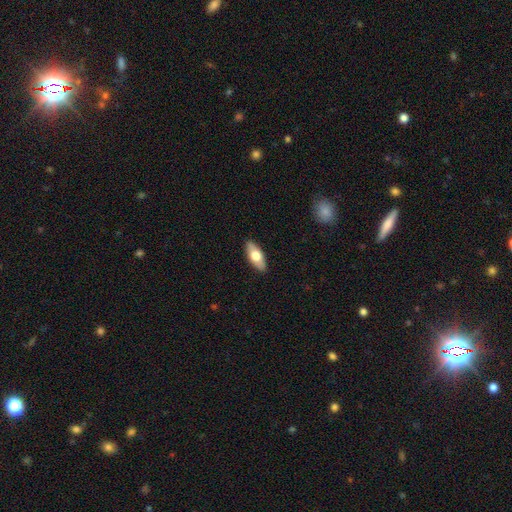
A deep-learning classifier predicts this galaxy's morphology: Q: Smooth or featured?
A: smooth (65%); runner-up: featured or disk (29%)
Q: How rounded?
A: in between (81%); runner-up: cigar-shaped (16%)
Q: Merging?
A: none (89%); runner-up: minor disturbance (8%)